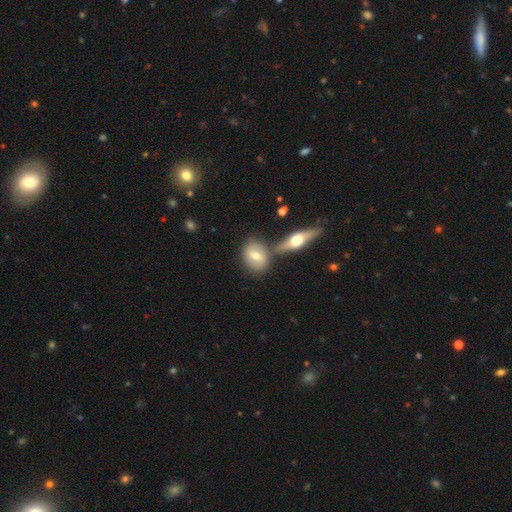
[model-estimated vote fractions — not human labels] smooth 61%, featured or disk 32%, star or artifact 7%. Down the decision tree: how rounded — in between (61%); merging — none (62%).